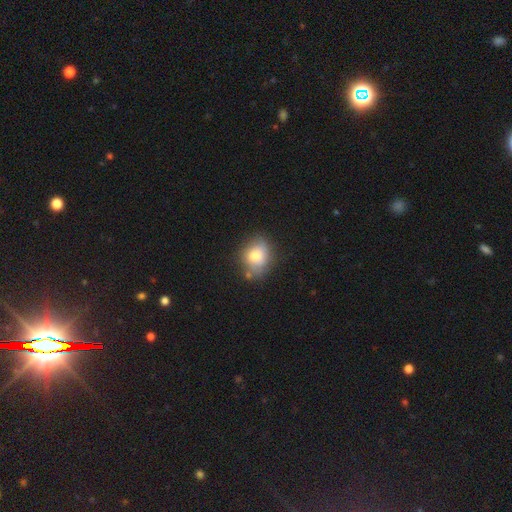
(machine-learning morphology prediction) The model was most divided on "how rounded": round: 52%, in between: 47%, cigar-shaped: 1%. More confident: smooth or featured — smooth (76%); merging — none (65%).